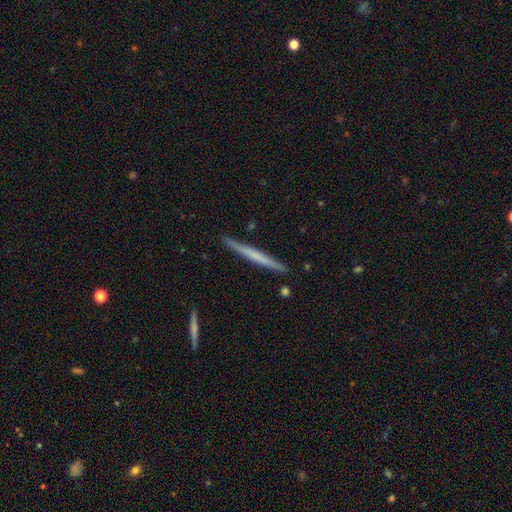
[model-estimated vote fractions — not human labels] The model was most divided on "smooth or featured": featured or disk: 48%, smooth: 46%, star or artifact: 5%. More confident: merging — none (91%).